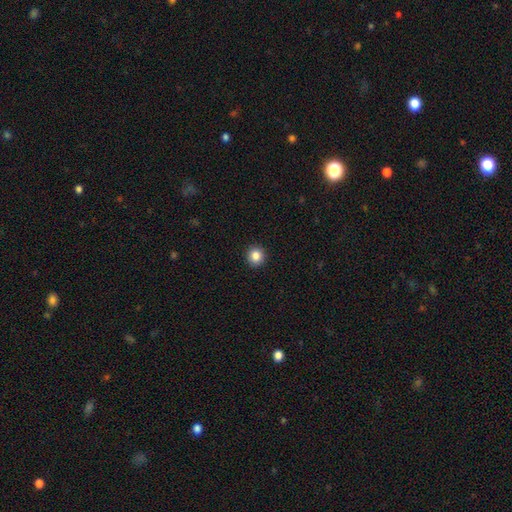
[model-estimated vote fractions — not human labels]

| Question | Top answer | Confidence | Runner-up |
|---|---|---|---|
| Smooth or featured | smooth | 85% | star or artifact (10%) |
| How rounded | round | 93% | in between (6%) |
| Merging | none | 93% | minor disturbance (4%) |